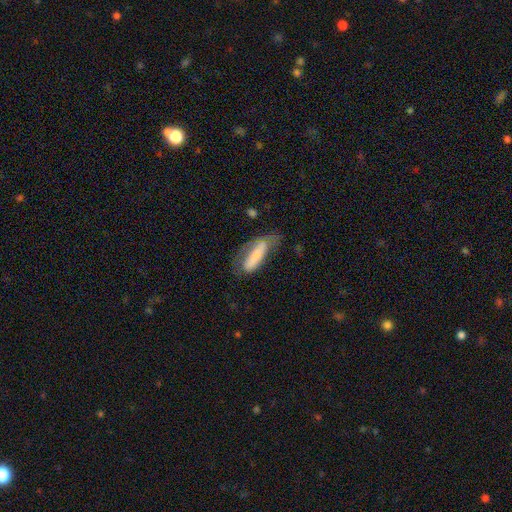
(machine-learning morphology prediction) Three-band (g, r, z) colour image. It shows a smooth galaxy with no disk features (66%) that is in between round and cigar-shaped (55%). Merging: none (39%).